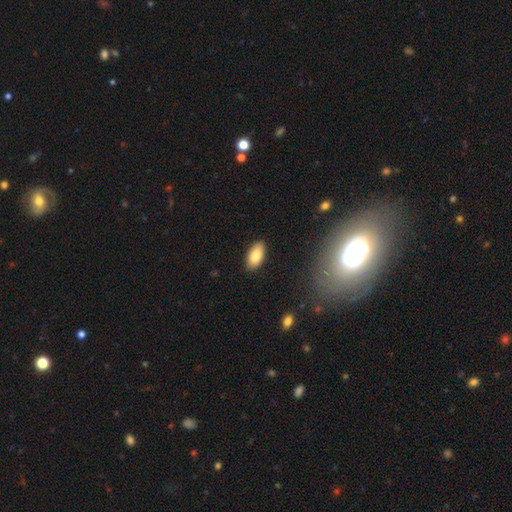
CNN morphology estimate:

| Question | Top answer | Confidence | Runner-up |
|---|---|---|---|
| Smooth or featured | smooth | 86% | featured or disk (8%) |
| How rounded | in between | 94% | cigar-shaped (4%) |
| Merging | none | 87% | minor disturbance (10%) |